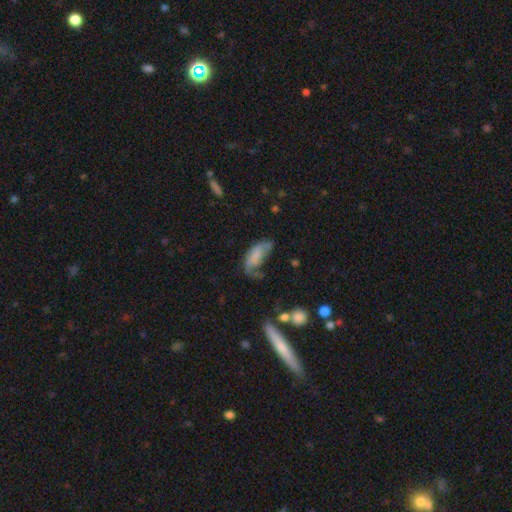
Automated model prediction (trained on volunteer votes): smooth_or_featured: smooth (p=0.58) [alt: featured or disk p=0.31]
how_rounded: in between (p=0.84) [alt: cigar-shaped p=0.13]
merging: major disturbance (p=0.38) [alt: minor disturbance p=0.28]